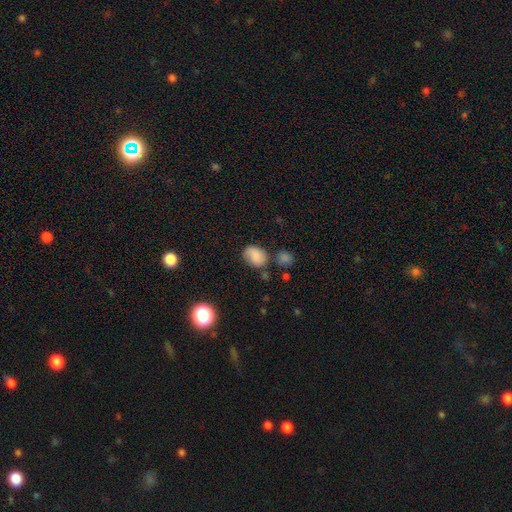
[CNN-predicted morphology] Smooth or featured? smooth (74%)
How rounded? in between (68%)
Merging? none (65%)